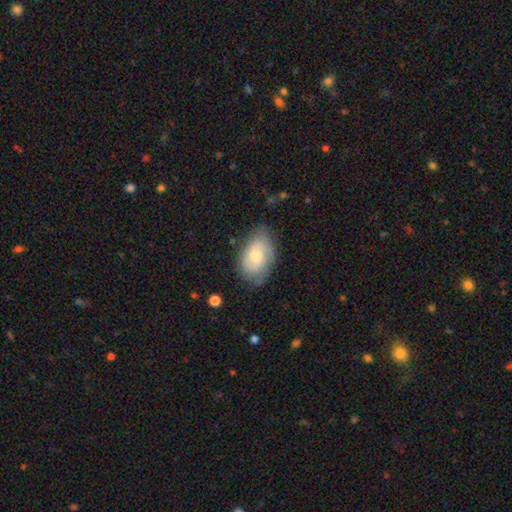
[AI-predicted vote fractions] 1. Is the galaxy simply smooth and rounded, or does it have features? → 55% smooth, 38% featured or disk, 7% star or artifact.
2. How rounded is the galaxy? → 88% in between, 10% round, 2% cigar-shaped.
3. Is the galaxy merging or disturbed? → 64% none, 26% minor disturbance, 7% major disturbance, 2% merger.